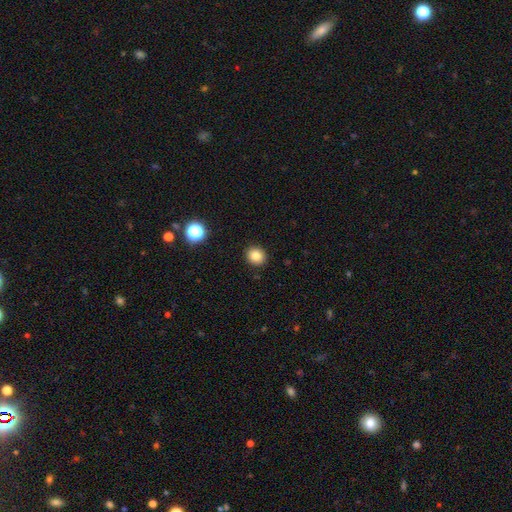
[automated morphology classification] The model was most divided on "how rounded": round: 82%, in between: 17%, cigar-shaped: 1%. More confident: merging — none (92%); smooth or featured — smooth (82%).